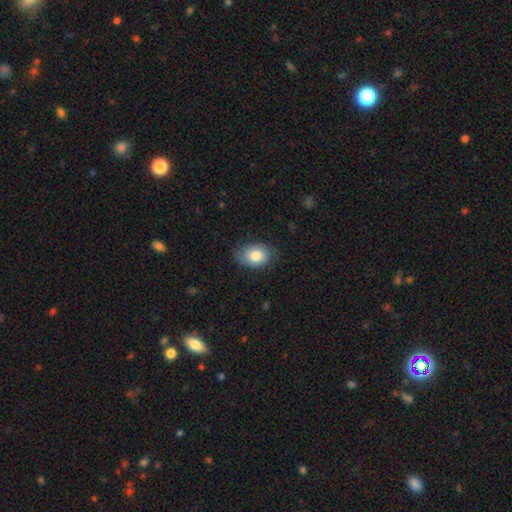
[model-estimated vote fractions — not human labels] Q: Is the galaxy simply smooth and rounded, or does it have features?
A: smooth — 81%.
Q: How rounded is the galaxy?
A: in between — 78%.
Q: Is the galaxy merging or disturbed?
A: none — 70%.